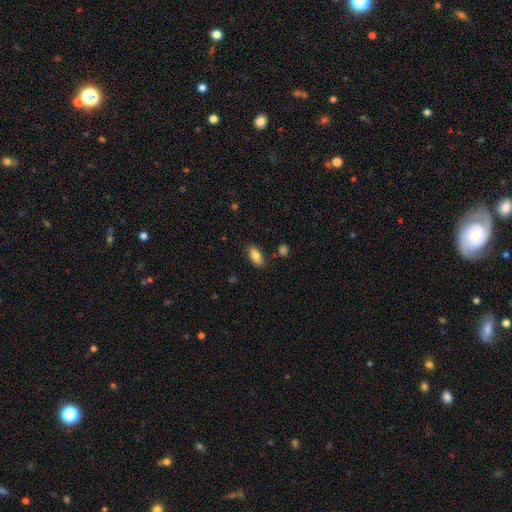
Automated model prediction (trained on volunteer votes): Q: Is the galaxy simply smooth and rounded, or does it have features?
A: smooth — 84%.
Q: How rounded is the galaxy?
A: in between — 90%.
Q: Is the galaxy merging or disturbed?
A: none — 84%.